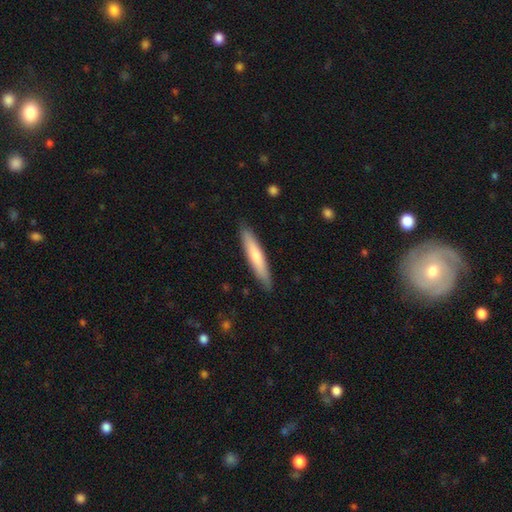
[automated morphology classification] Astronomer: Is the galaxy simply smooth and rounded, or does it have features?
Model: smooth — 68%.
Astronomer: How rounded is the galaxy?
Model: cigar-shaped — 90%.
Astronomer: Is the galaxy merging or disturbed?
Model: none — 88%.